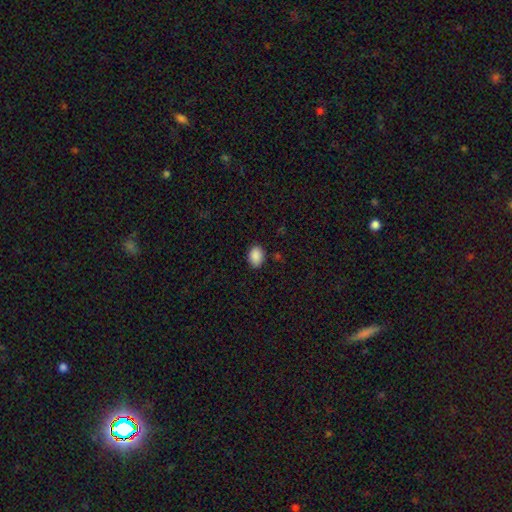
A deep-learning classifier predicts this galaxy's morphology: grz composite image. It shows a smooth galaxy with no disk features (89%) that is in between round and cigar-shaped (71%). Merging: none (85%).